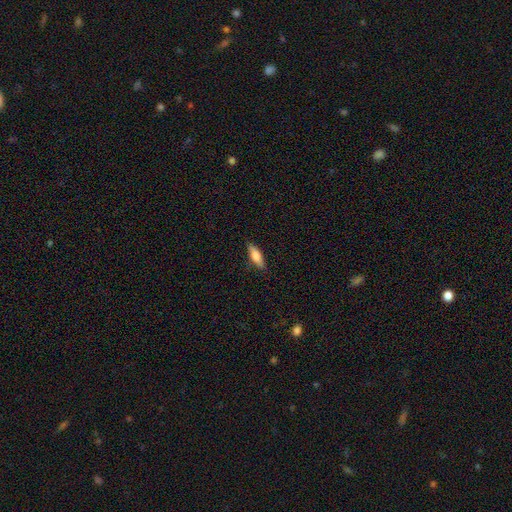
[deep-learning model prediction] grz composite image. It shows a smooth galaxy with no disk features (72%) that is in between round and cigar-shaped (54%). Merging: none (82%).